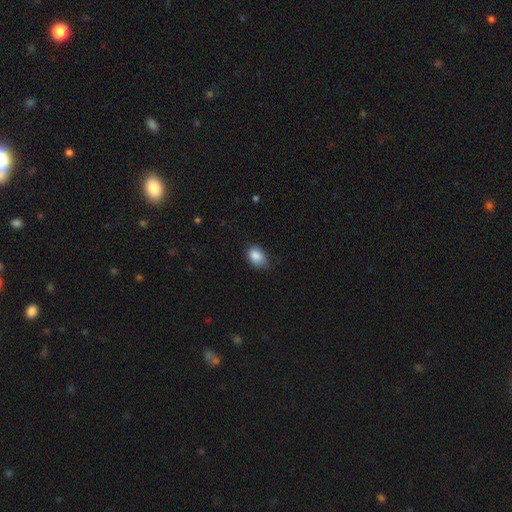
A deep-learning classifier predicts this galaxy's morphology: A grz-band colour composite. It shows a smooth galaxy with no disk features (86%) that is in between round and cigar-shaped (82%). Merging: none (67%).